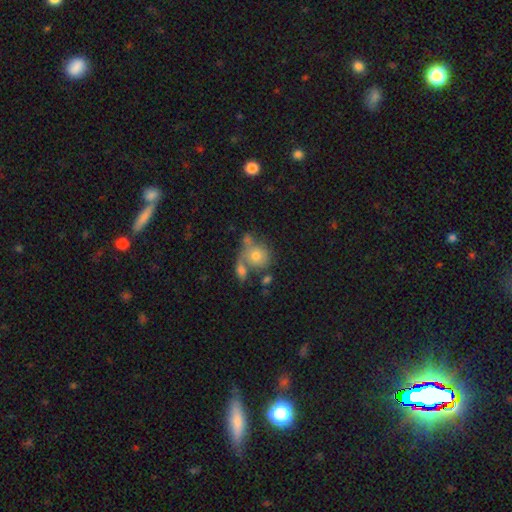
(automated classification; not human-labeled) A smooth galaxy with no disk features (68%) that is round (71%).

Vote fractions:
- Smooth or featured? smooth: 68% / featured or disk: 22% / star or artifact: 9%
- How rounded? round: 71% / in between: 27% / cigar-shaped: 1%
- Merging? merger: 44% / none: 32% / minor disturbance: 14% / major disturbance: 11%